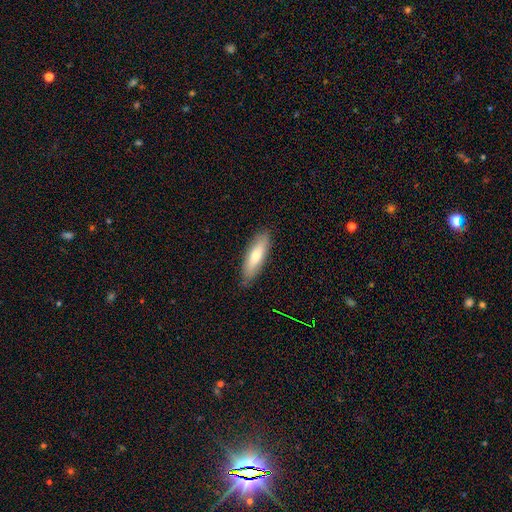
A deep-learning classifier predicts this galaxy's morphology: This is likely a smooth galaxy (65%). How rounded: possibly cigar-shaped (55%). Merging: clearly none (86%).